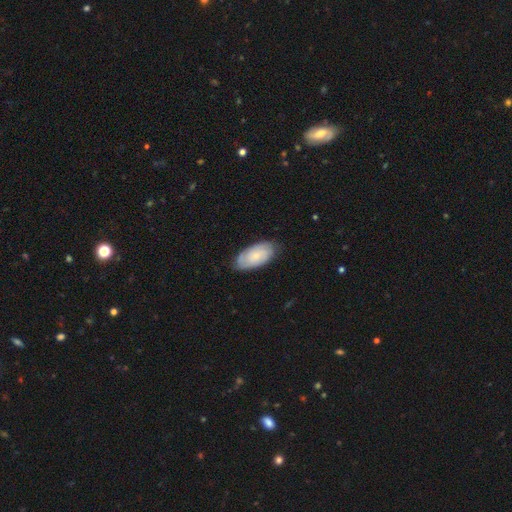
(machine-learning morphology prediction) The model was most divided on "smooth or featured": smooth: 52%, featured or disk: 42%, star or artifact: 6%. More confident: how rounded — in between (93%); merging — none (79%).